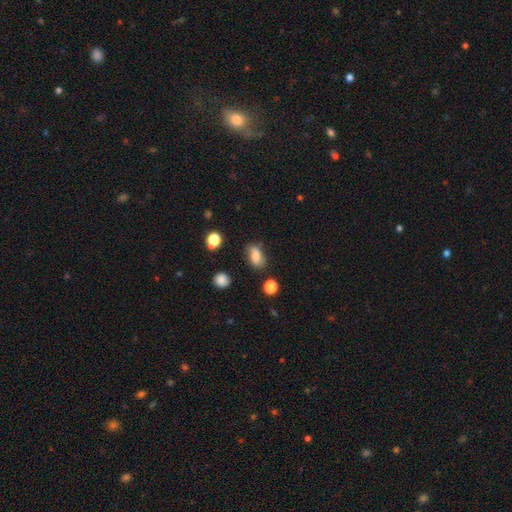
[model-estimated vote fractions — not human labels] Smooth or featured? smooth (76%)
How rounded? in between (85%)
Merging? none (73%)